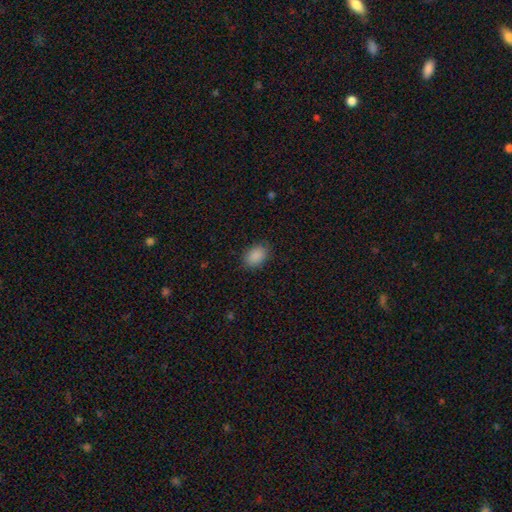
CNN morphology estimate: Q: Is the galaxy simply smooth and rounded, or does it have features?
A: smooth — 89%.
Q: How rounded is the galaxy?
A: in between — 80%.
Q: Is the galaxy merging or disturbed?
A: none — 84%.